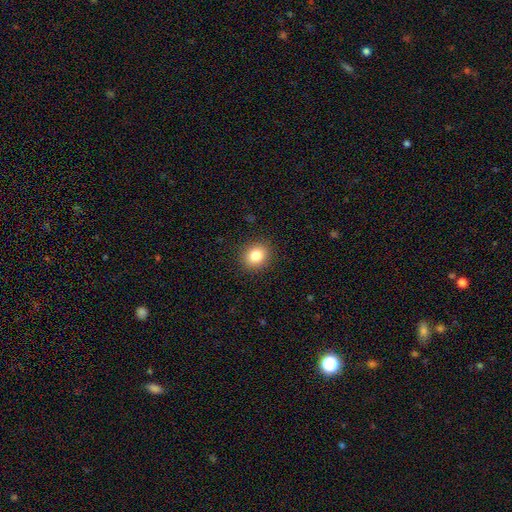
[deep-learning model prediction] Smooth or featured? Predicted: smooth (p=0.83). How rounded? Predicted: round (p=0.71). Merging? Predicted: none (p=0.90).